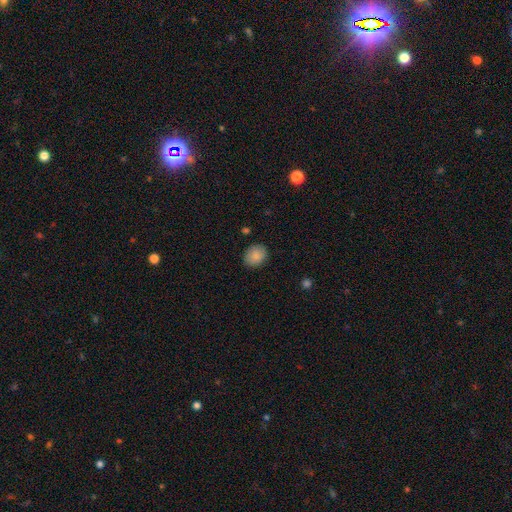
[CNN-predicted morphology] smooth-or-featured: smooth: 87% | star or artifact: 8% | featured or disk: 5%
  how-rounded: round: 58% | in between: 41% | cigar-shaped: 1%
  merging: none: 86% | minor disturbance: 10% | major disturbance: 2% | merger: 1%